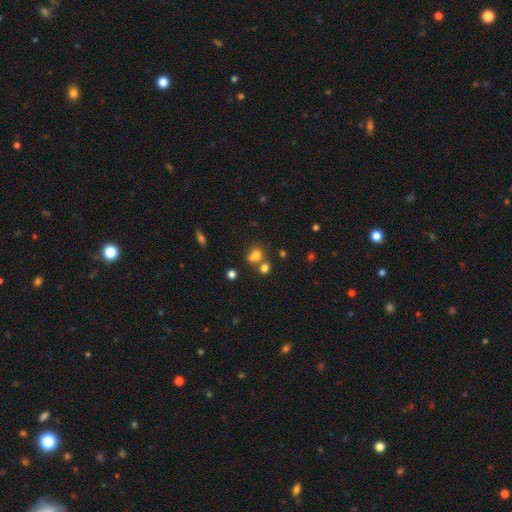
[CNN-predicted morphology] Q: Smooth or featured?
A: smooth (75%); runner-up: star or artifact (16%)
Q: How rounded?
A: in between (50%); runner-up: round (48%)
Q: Merging?
A: none (46%); runner-up: merger (35%)